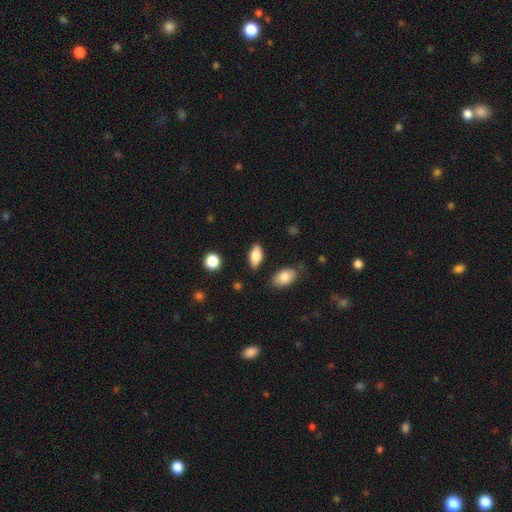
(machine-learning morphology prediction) A smooth galaxy with no disk features (80%) that is in between round and cigar-shaped (86%). Merging: none (83%).